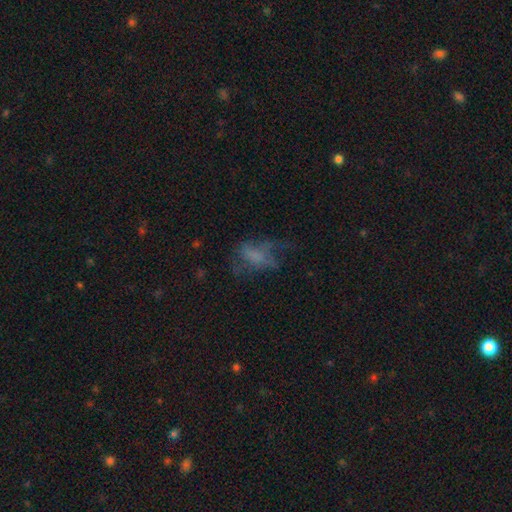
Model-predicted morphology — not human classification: Overall: smooth (45%; featured or disk 37%). Merging: major disturbance (43%; none 34%).